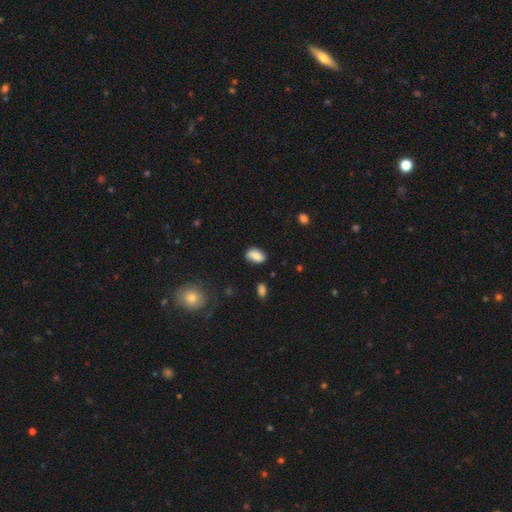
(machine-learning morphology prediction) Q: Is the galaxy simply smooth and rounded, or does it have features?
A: smooth — 79%.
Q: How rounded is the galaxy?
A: in between — 89%.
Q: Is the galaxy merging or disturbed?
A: none — 76%.